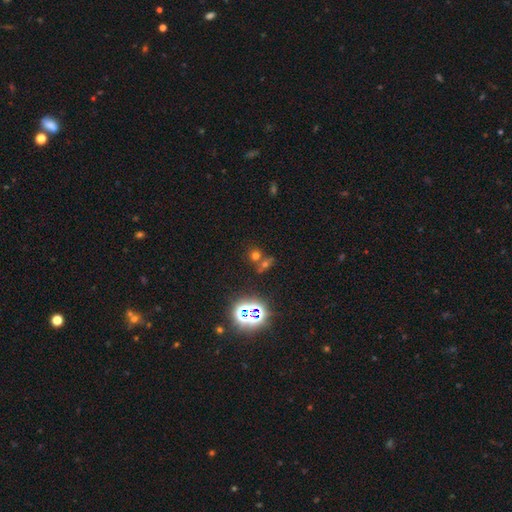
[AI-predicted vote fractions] Smooth or featured? Predicted: smooth (p=0.51). How rounded? Predicted: round (p=0.82). Merging? Predicted: none (p=0.51).